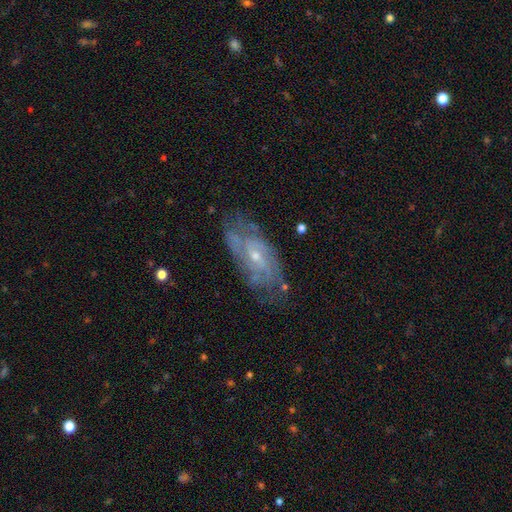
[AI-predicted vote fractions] A featured or disk galaxy (78%) with no bar (50%), tight (45%) spiral arms (86%) and a small central bulge (64%).

Vote fractions:
- Smooth or featured? featured or disk: 78% / smooth: 14% / star or artifact: 7%
- Edge-on disk? no: 92% / yes: 8%
- Bar? no: 50% / weak: 42% / strong: 8%
- Spiral arms? yes: 86% / no: 14%
- Spiral winding? tight: 45% / medium: 41% / loose: 14%
- Spiral arm count? can't tell: 41% / 2: 35% / 3: 11% / 4: 6% / 1: 4% / more than 4: 3%
- Bulge size? small: 64% / moderate: 32% / none: 2% / large: 1% / dominant: 1%
- Merging? none: 67% / minor disturbance: 22% / major disturbance: 9% / merger: 2%